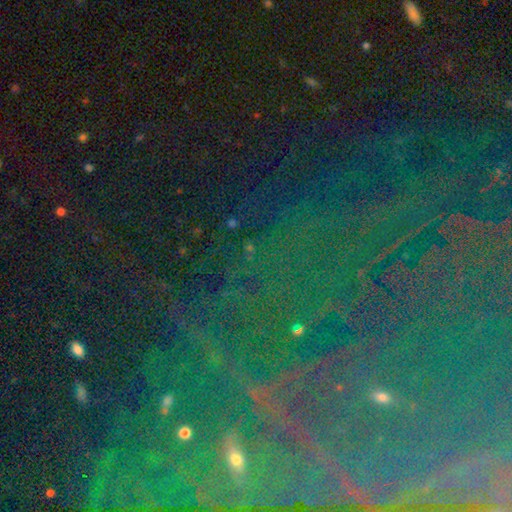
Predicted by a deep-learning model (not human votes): Smooth or featured? Predicted: star or artifact (p=0.77).